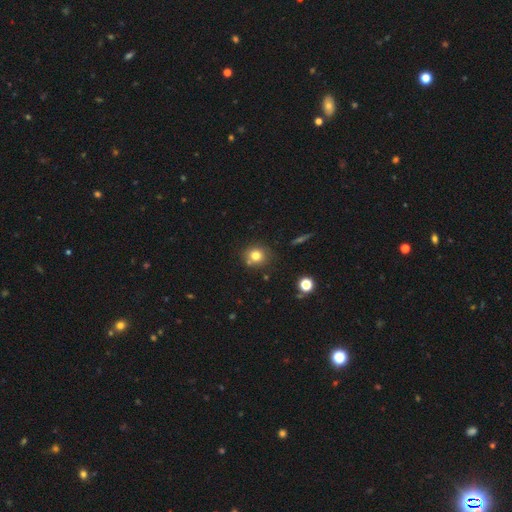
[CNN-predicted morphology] This appears to be a smooth galaxy with no disk features (77%) that is round (84%). Merging: none (76%).